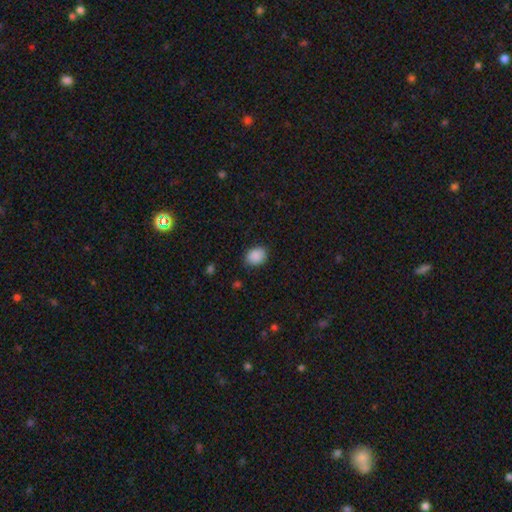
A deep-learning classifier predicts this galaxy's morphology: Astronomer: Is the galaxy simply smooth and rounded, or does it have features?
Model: smooth — 89%.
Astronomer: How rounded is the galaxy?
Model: in between — 62% (runner-up: round, 37%).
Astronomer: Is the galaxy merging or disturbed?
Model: none — 86%.